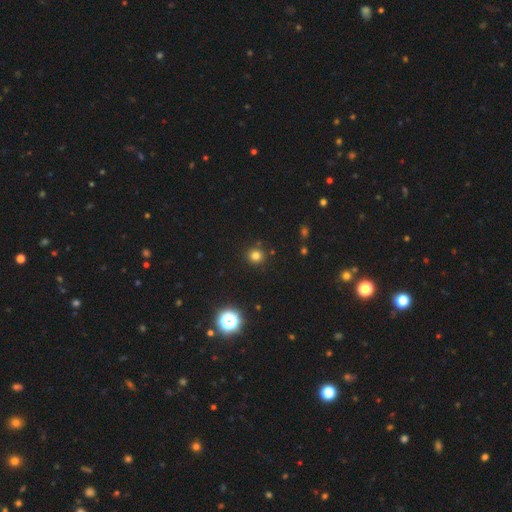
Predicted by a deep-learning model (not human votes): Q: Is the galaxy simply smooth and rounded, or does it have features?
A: smooth — 77%.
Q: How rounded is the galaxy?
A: round — 92%.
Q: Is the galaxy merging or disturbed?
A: none — 89%.